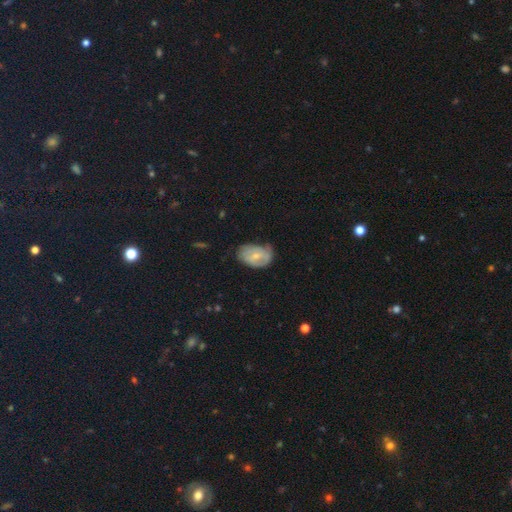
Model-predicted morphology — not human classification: Q: Smooth or featured?
A: featured or disk (48%); runner-up: smooth (45%)
Q: Merging?
A: none (48%); runner-up: minor disturbance (39%)